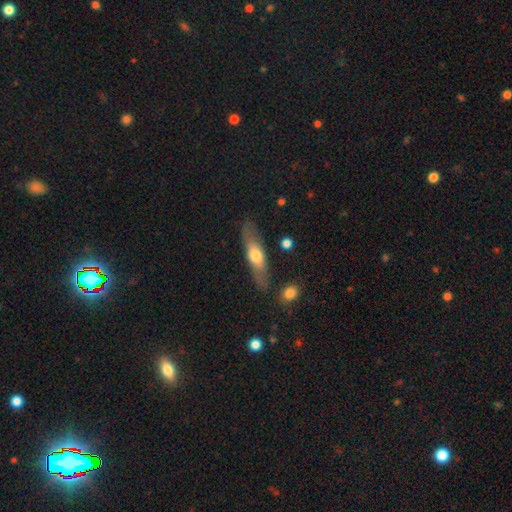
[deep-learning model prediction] A smooth galaxy with no disk features (50%) that is cigar-shaped (63%).

Vote fractions:
- Smooth or featured? smooth: 50% / featured or disk: 44% / star or artifact: 6%
- How rounded? cigar-shaped: 63% / in between: 34% / round: 3%
- Merging? none: 80% / minor disturbance: 13% / major disturbance: 4% / merger: 3%